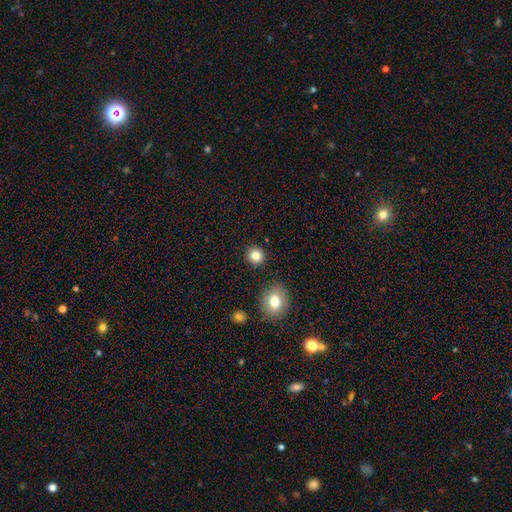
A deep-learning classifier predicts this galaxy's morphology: Q: Smooth or featured?
A: smooth (82%); runner-up: star or artifact (11%)
Q: How rounded?
A: round (92%); runner-up: in between (7%)
Q: Merging?
A: none (90%); runner-up: minor disturbance (5%)